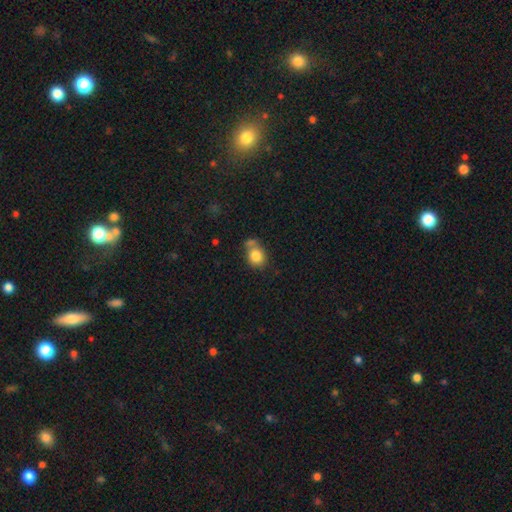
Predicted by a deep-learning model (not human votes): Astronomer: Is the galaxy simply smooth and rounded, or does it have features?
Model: smooth — 82%.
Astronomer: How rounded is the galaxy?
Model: round — 63%.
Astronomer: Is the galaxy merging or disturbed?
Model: none — 52%.